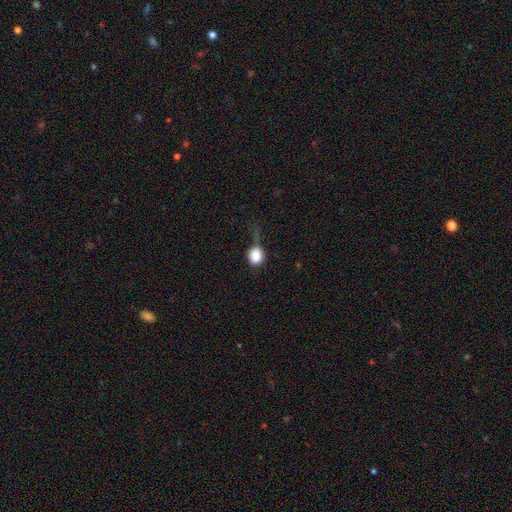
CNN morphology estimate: Smooth or featured? Predicted: smooth (p=0.82). How rounded? Predicted: round (p=0.73). Merging? Predicted: none (p=0.36).